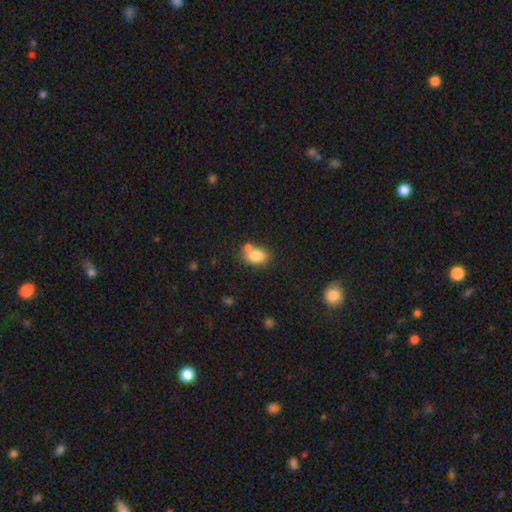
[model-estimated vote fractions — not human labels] Smooth or featured: smooth — 82% (featured or disk — 9%)
How rounded: in between — 79% (round — 20%)
Merging: none — 54% (merger — 27%)